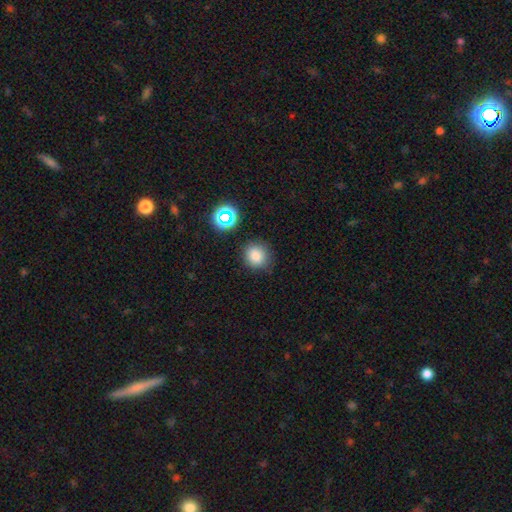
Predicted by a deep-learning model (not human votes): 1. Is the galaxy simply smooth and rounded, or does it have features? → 80% smooth, 14% star or artifact, 5% featured or disk.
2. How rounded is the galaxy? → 84% round, 15% in between, 1% cigar-shaped.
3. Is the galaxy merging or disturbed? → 81% none, 12% minor disturbance, 3% major disturbance, 3% merger.